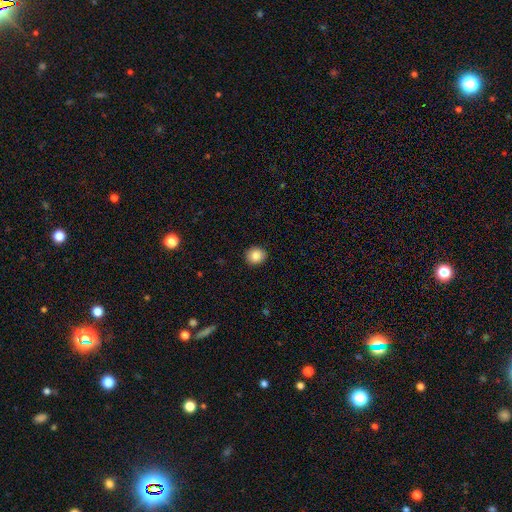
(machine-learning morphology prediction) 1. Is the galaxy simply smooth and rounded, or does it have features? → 85% smooth, 9% star or artifact, 6% featured or disk.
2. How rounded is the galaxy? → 81% round, 18% in between, 1% cigar-shaped.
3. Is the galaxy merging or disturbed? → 91% none, 7% minor disturbance, 2% major disturbance, 1% merger.